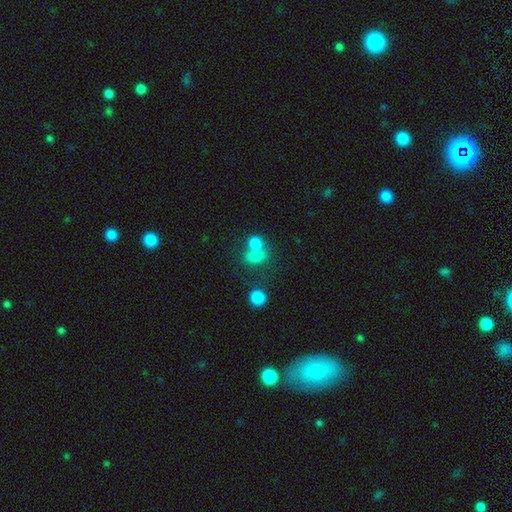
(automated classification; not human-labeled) A smooth galaxy with no disk features (74%) that is round (53%). Merging: merger (47%).